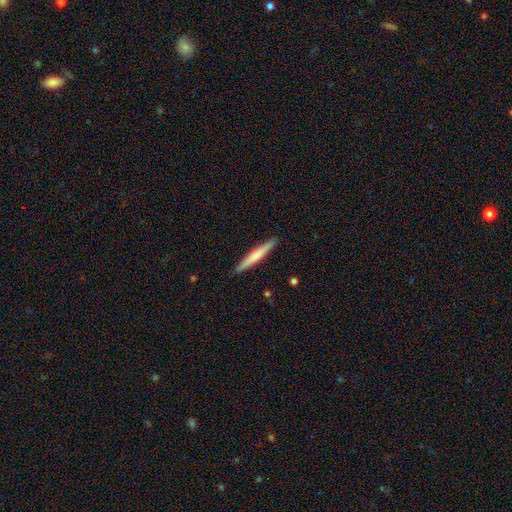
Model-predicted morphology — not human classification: Smooth or featured? smooth (63%)
How rounded? cigar-shaped (96%)
Merging? none (91%)